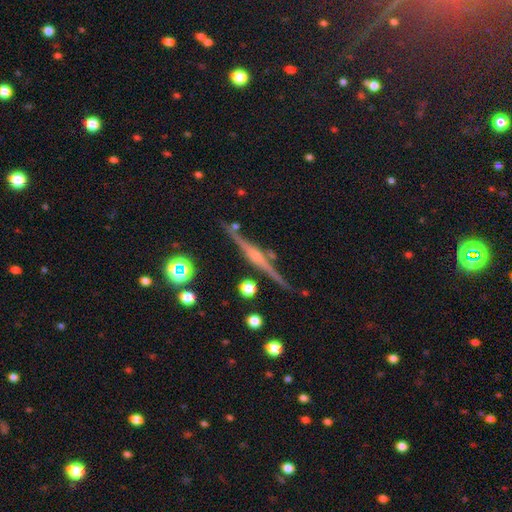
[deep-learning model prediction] smooth-or-featured: featured or disk: 84% | star or artifact: 8% | smooth: 8%
  disk-edge-on: yes: 98% | no: 2%
    edge-on-bulge: rounded: 75% | boxy: 16% | none: 9%
  merging: none: 86% | minor disturbance: 9% | merger: 3% | major disturbance: 2%